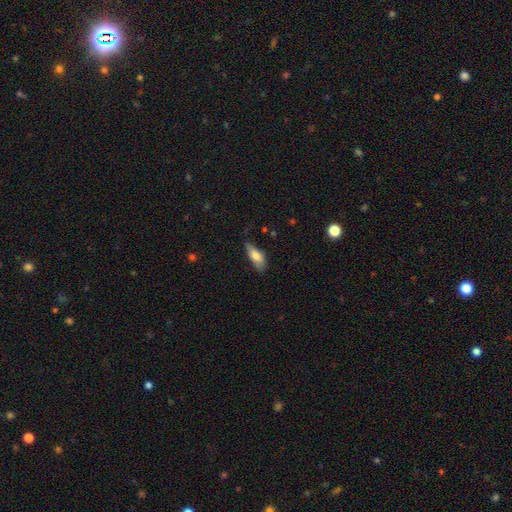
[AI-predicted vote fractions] smooth 72%, featured or disk 21%, star or artifact 7%. Down the decision tree: how rounded — in between (71%); merging — none (62%).